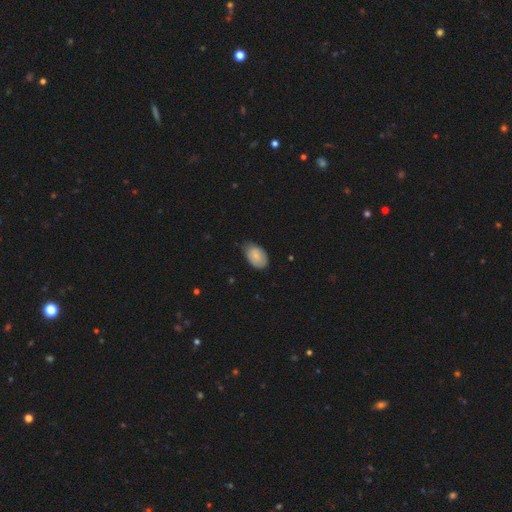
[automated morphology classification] smooth_or_featured: smooth (p=0.80) [alt: featured or disk p=0.14]
how_rounded: in between (p=0.89) [alt: round p=0.10]
merging: none (p=0.63) [alt: minor disturbance p=0.31]